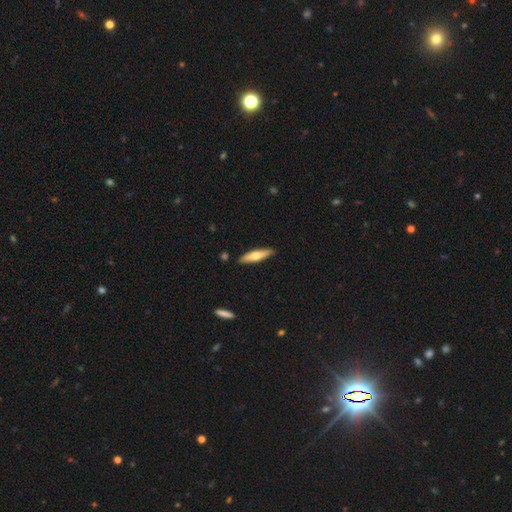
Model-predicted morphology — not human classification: smooth 55%, featured or disk 39%, star or artifact 6%. Down the decision tree: how rounded — cigar-shaped (75%); merging — none (89%).